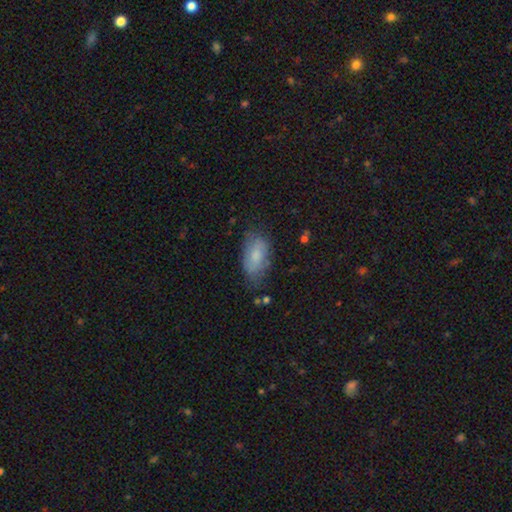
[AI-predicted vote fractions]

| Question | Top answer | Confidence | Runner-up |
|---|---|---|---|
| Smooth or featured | smooth | 74% | featured or disk (19%) |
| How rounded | in between | 92% | cigar-shaped (5%) |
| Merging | none | 63% | minor disturbance (27%) |